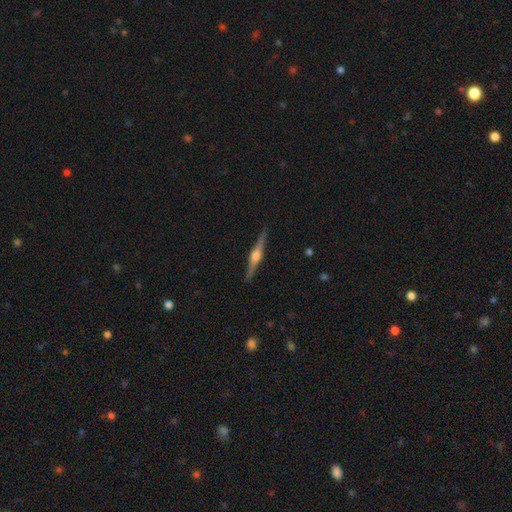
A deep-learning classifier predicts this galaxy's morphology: This is clearly a featured or disk galaxy (82%). It is clearly viewed edge-on (98%). Edge-on bulge: clearly rounded (94%). Merging: clearly none (91%).